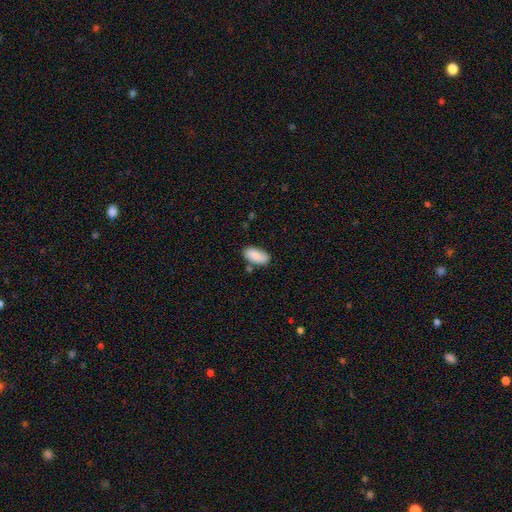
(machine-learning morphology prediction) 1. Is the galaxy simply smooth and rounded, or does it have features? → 84% smooth, 9% featured or disk, 7% star or artifact.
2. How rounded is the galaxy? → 93% in between, 5% cigar-shaped, 3% round.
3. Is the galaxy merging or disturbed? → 71% none, 18% minor disturbance, 7% merger, 4% major disturbance.